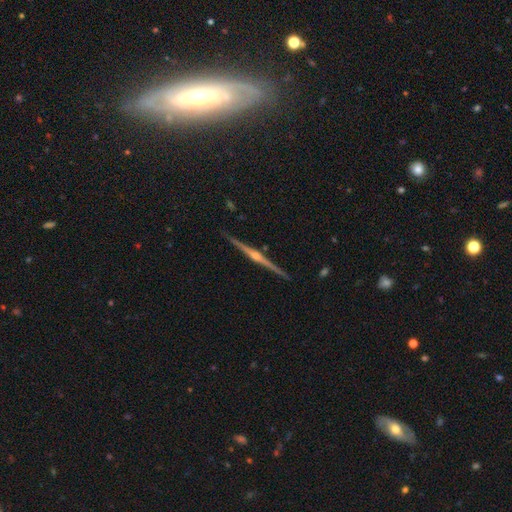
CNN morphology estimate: featured or disk 89%, smooth 6%, star or artifact 6%. Down the decision tree: edge-on disk — yes (99%); edge-on bulge — rounded (91%); merging — none (92%).